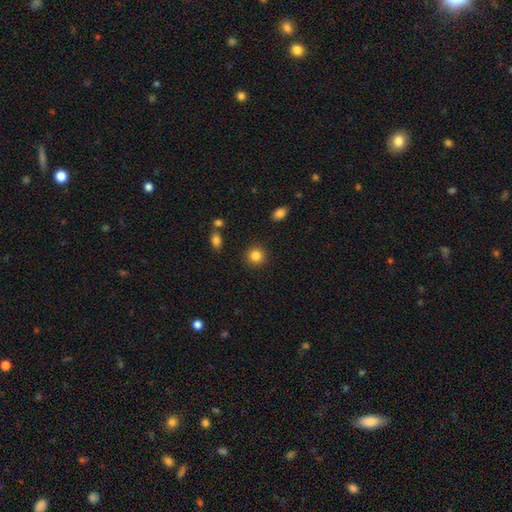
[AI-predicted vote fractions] A smooth galaxy with no disk features (85%) that is round (91%). Merging: none (90%).